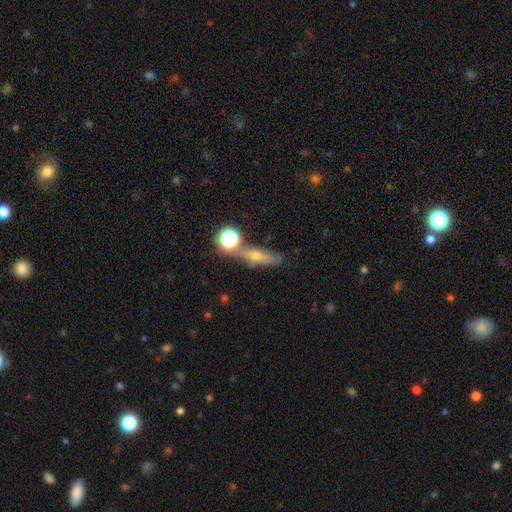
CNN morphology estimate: Smooth or featured: smooth — 46% (featured or disk — 34%)
Merging: none — 63% (minor disturbance — 16%)